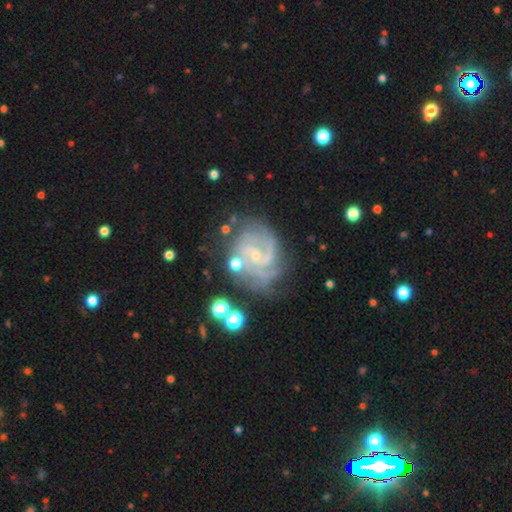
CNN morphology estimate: This appears to be a featured or disk galaxy (86%) with no bar (51%), 2 (39%) tight (50%) spiral arms (96%) and a small central bulge (76%). Merging: none (62%).